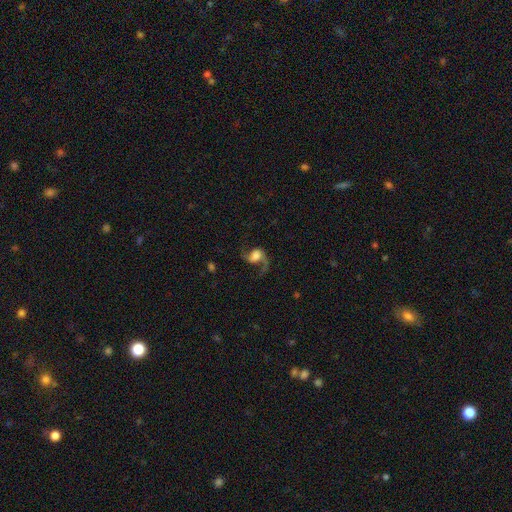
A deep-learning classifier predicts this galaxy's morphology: This is likely a featured or disk galaxy (74%). It is clearly not viewed edge-on (97%). Bar: possibly no (54%). Spiral arm pattern: clearly yes (94%). Spiral arm count: likely 2 (78%). Spiral winding: likely loose (70%). Central bulge: marginally large (38%). Merging: possibly none (57%).